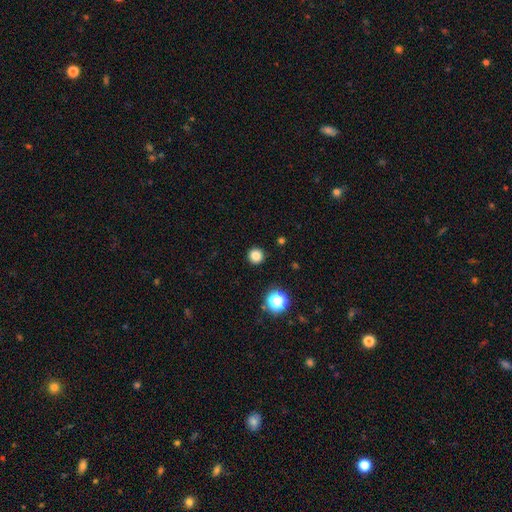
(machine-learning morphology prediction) Smooth or featured? smooth (82%)
How rounded? round (95%)
Merging? none (92%)